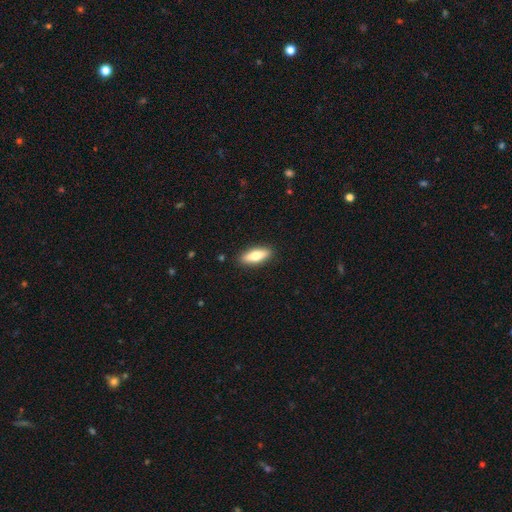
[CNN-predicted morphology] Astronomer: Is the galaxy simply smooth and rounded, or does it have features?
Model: smooth — 67%.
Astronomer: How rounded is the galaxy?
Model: in between — 62%.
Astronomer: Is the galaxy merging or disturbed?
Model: none — 90%.